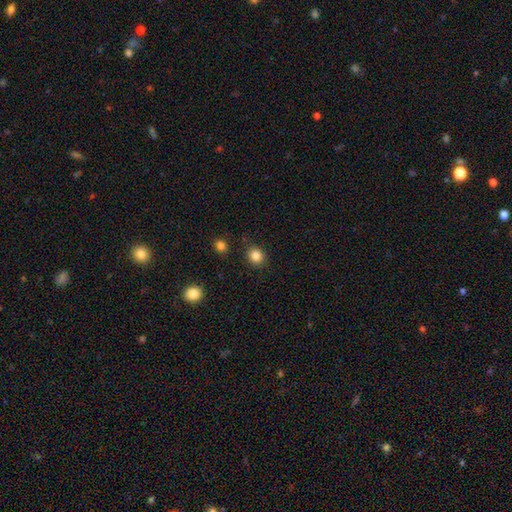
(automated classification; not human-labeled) Smooth or featured?
  - smooth: 85% *
  - star or artifact: 11%
  - featured or disk: 4%
How rounded?
  - round: 74% *
  - in between: 25%
  - cigar-shaped: 1%
Merging?
  - none: 86% *
  - minor disturbance: 9%
  - merger: 3%
  - major disturbance: 3%